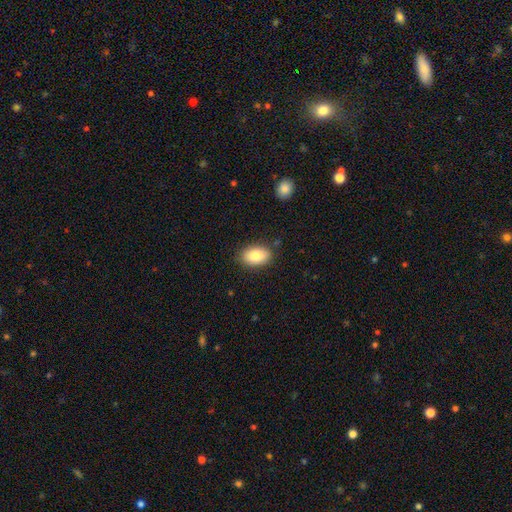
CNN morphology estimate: A smooth galaxy with no disk features (83%) that is in between round and cigar-shaped (90%).

Vote fractions:
- Smooth or featured? smooth: 83% / featured or disk: 10% / star or artifact: 7%
- How rounded? in between: 90% / round: 9% / cigar-shaped: 1%
- Merging? none: 85% / minor disturbance: 11% / major disturbance: 3% / merger: 1%